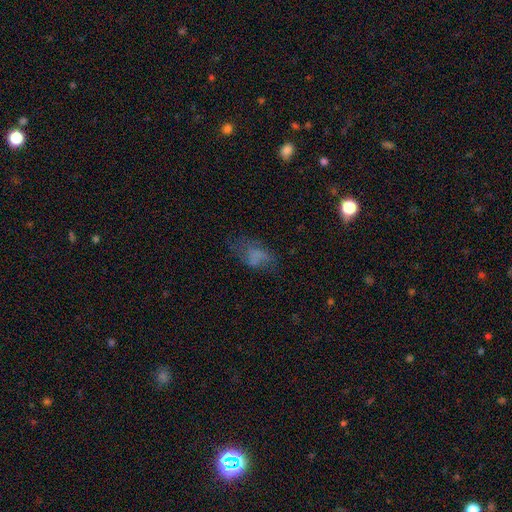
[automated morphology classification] Smooth or featured? smooth (56%)
How rounded? in between (87%)
Merging? none (44%)